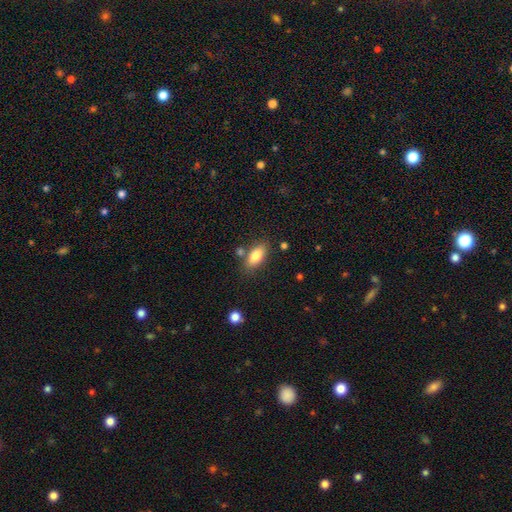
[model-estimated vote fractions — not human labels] Smooth or featured? smooth (81%)
How rounded? in between (84%)
Merging? none (76%)